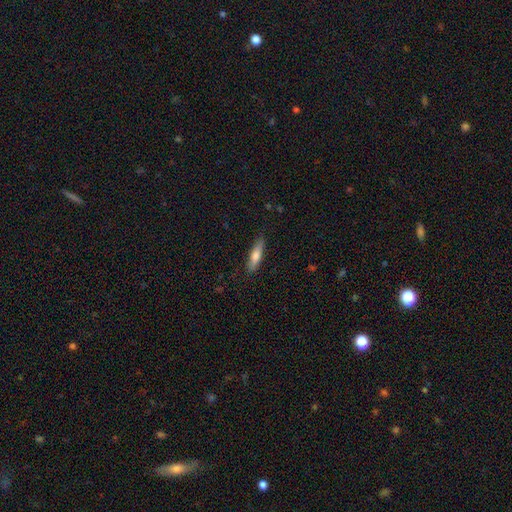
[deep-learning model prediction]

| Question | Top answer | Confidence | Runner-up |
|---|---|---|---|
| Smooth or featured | smooth | 69% | featured or disk (25%) |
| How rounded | cigar-shaped | 71% | in between (27%) |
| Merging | none | 85% | minor disturbance (12%) |